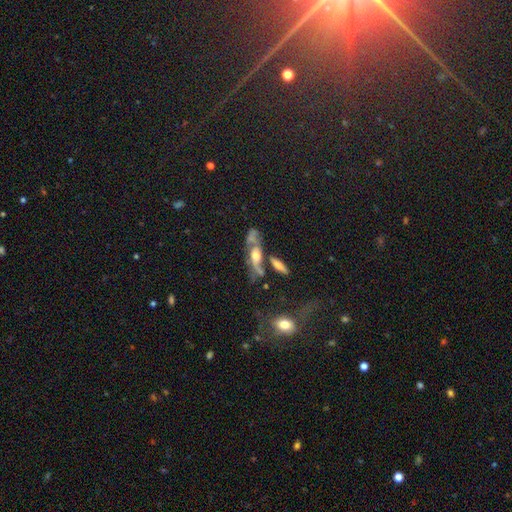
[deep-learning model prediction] Smooth or featured?
  - featured or disk: 65% *
  - smooth: 25%
  - star or artifact: 10%
Edge-on disk?
  - no: 60% *
  - yes: 40%
Merging?
  - none: 38% *
  - merger: 28%
  - minor disturbance: 18%
  - major disturbance: 16%